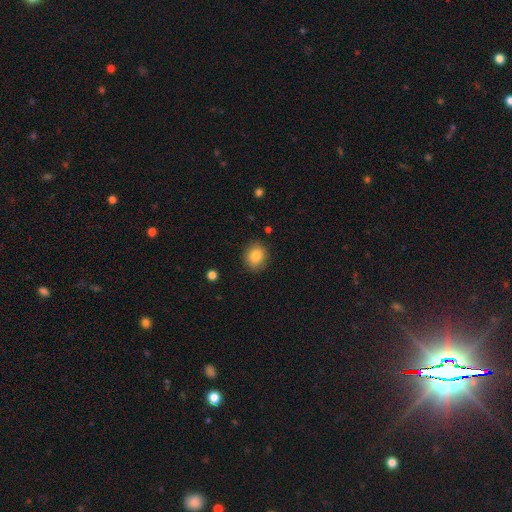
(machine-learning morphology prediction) This is clearly a smooth galaxy (83%). How rounded: likely round (66%). Merging: clearly none (87%).